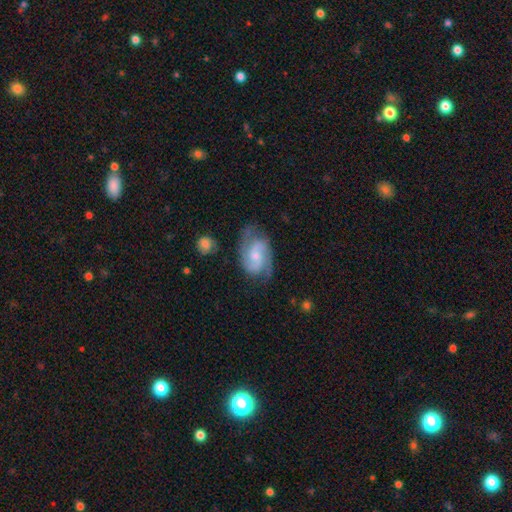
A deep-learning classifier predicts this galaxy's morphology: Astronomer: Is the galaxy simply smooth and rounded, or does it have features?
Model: featured or disk — 80%.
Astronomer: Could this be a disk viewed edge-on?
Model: no — 97%.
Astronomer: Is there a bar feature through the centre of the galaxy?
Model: no — 48% (runner-up: weak, 44%).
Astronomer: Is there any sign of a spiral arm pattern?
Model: yes — 96%.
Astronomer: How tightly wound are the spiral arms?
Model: medium — 52% (runner-up: tight, 27%).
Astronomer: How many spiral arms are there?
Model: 2 — 78%.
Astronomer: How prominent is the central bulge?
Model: small — 47% (runner-up: moderate, 41%).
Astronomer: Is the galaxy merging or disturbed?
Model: none — 64%.